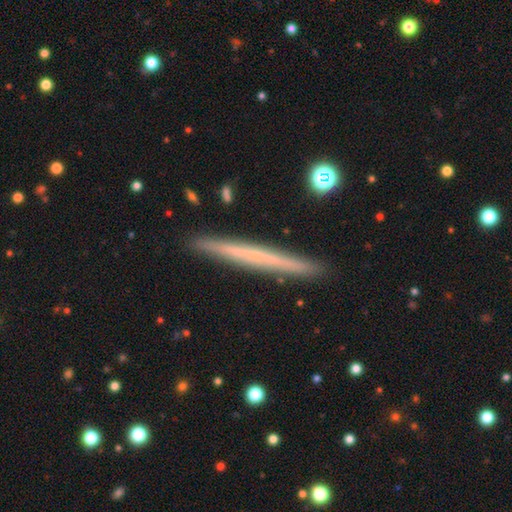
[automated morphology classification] This appears to be a featured or disk galaxy (47%, tied with smooth). Merging: none (92%).